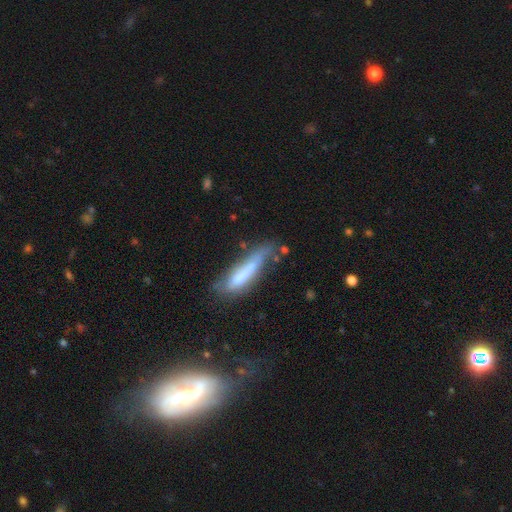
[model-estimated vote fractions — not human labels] smooth 51%, featured or disk 38%, star or artifact 11%. Down the decision tree: how rounded — cigar-shaped (80%); merging — none (41%).